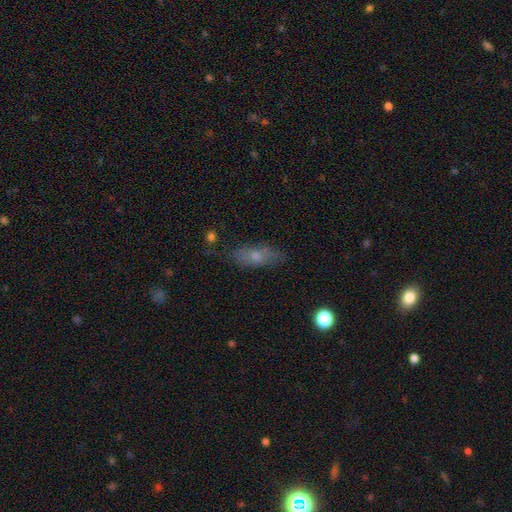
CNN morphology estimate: Smooth or featured? smooth (60%)
How rounded? in between (65%)
Merging? none (73%)